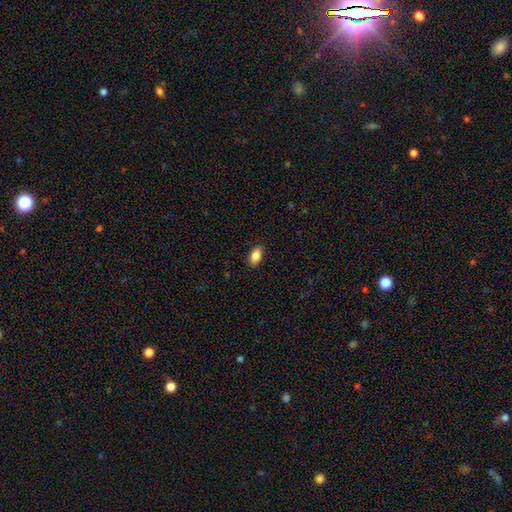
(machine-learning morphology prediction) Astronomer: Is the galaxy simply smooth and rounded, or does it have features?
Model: smooth — 86%.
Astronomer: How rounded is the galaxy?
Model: in between — 90%.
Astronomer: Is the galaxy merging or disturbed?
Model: none — 88%.